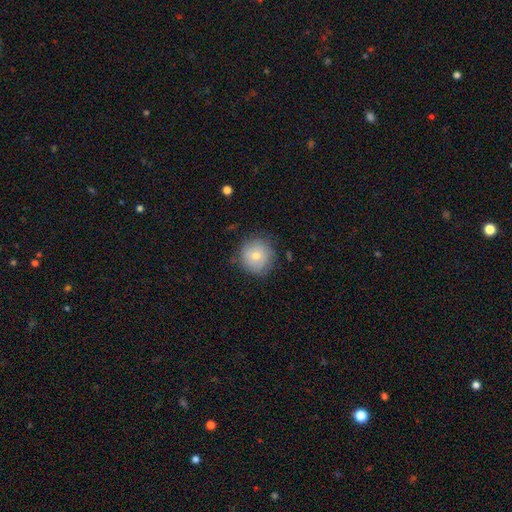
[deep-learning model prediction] Smooth or featured?
  - smooth: 70% *
  - featured or disk: 20%
  - star or artifact: 9%
How rounded?
  - round: 94% *
  - in between: 5%
  - cigar-shaped: 1%
Merging?
  - none: 81% *
  - minor disturbance: 14%
  - major disturbance: 4%
  - merger: 1%